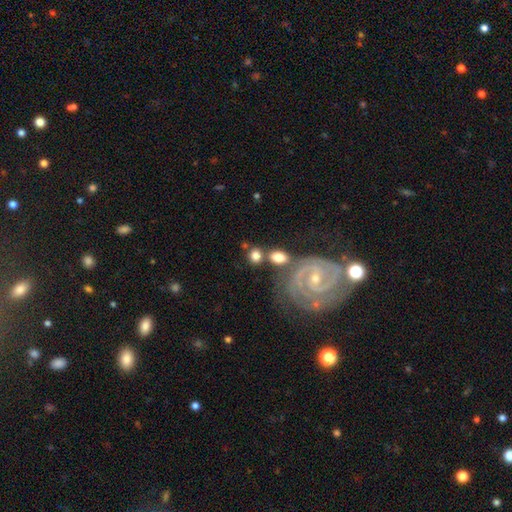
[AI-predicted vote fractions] Smooth or featured?
  - smooth: 64% *
  - featured or disk: 28%
  - star or artifact: 8%
How rounded?
  - round: 49% * (tied)
  - in between: 49% * (tied)
  - cigar-shaped: 2%
Merging?
  - none: 59% *
  - merger: 21%
  - minor disturbance: 14%
  - major disturbance: 6%